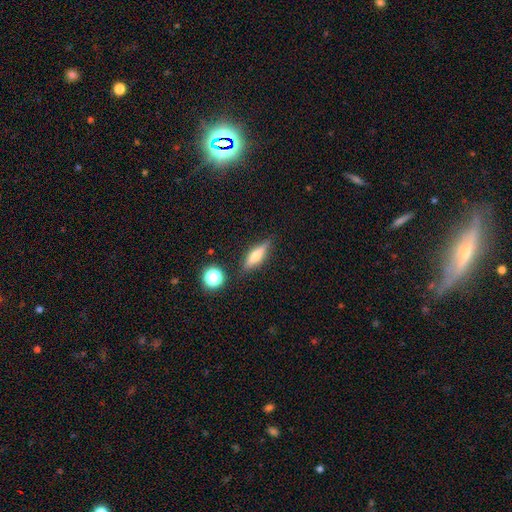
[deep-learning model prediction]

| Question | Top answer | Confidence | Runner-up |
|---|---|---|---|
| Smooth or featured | featured or disk | 46% | smooth (45%) |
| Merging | none | 84% | minor disturbance (11%) |